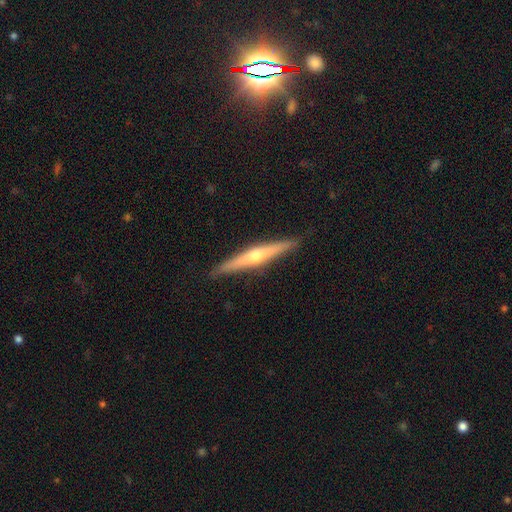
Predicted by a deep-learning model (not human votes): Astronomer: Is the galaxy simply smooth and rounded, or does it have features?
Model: featured or disk — 68%.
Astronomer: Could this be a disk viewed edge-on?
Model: yes — 97%.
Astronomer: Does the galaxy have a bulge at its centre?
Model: rounded — 86%.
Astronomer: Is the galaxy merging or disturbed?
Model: none — 90%.